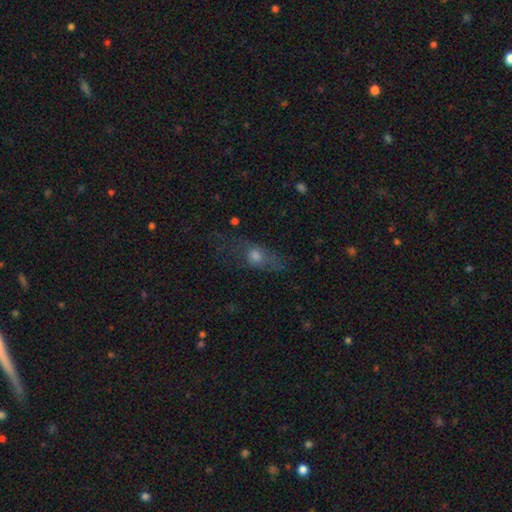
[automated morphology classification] A smooth galaxy with no disk features (49%). Merging: none (52%).